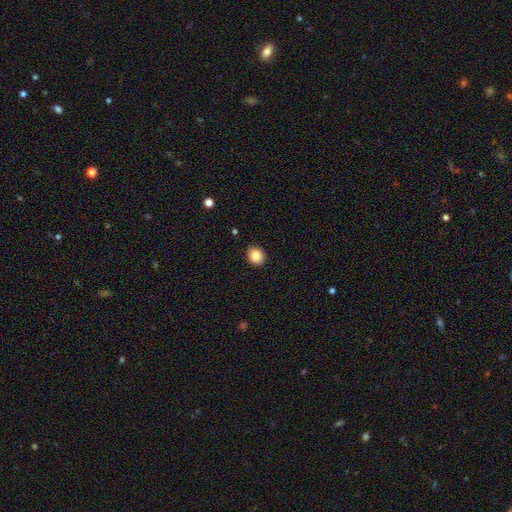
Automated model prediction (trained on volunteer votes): smooth-or-featured: smooth: 87% | star or artifact: 9% | featured or disk: 4%
  how-rounded: round: 74% | in between: 25% | cigar-shaped: 1%
  merging: none: 91% | minor disturbance: 6% | major disturbance: 2% | merger: 1%